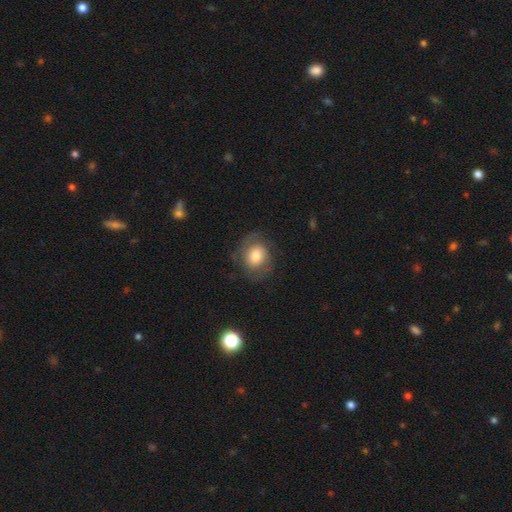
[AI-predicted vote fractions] Overall: smooth (54%; featured or disk 38%). How rounded: round (62%; in between 38%). Merging: none (68%).